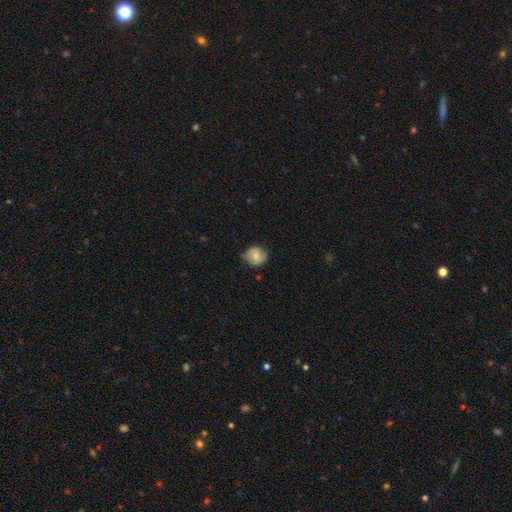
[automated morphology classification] smooth 56%, featured or disk 36%, star or artifact 8%. Down the decision tree: how rounded — round (77%); merging — none (73%).